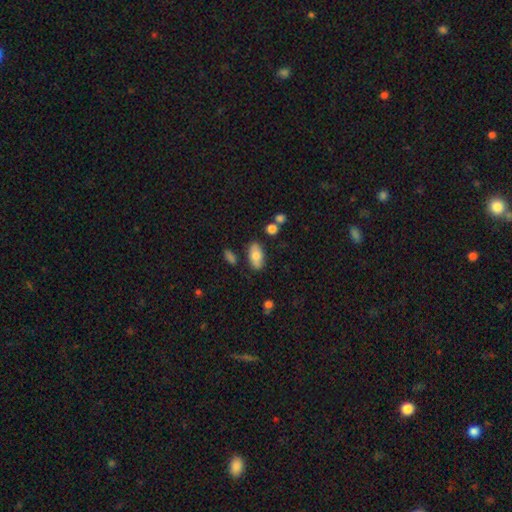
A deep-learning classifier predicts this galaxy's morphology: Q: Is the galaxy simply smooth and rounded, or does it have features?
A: smooth — 76%.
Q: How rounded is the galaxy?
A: in between — 91%.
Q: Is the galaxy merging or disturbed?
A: none — 79%.